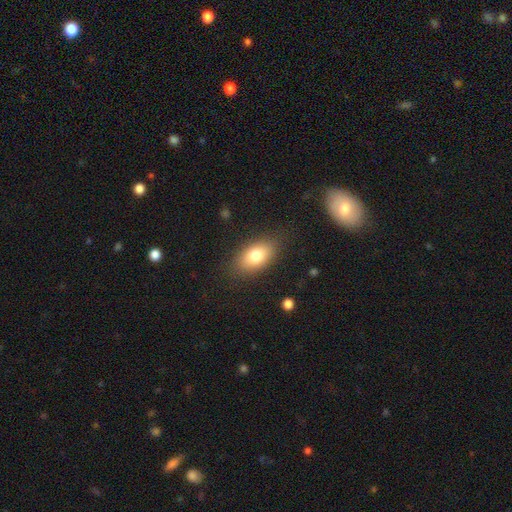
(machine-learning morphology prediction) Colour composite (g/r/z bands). It shows a smooth galaxy with no disk features (79%) that is in between round and cigar-shaped (89%). Merging: none (84%).